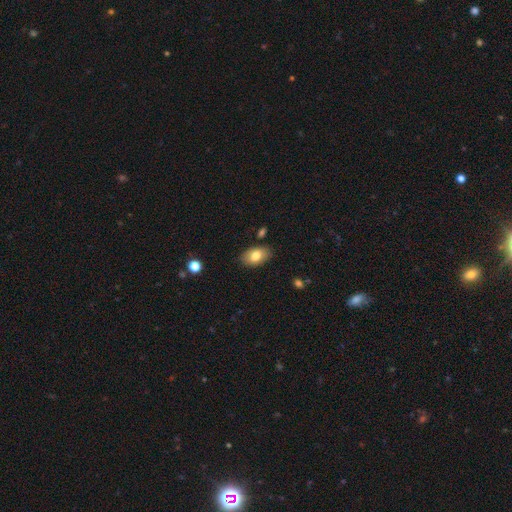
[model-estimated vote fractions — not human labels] Smooth or featured? smooth (79%)
How rounded? in between (92%)
Merging? none (85%)